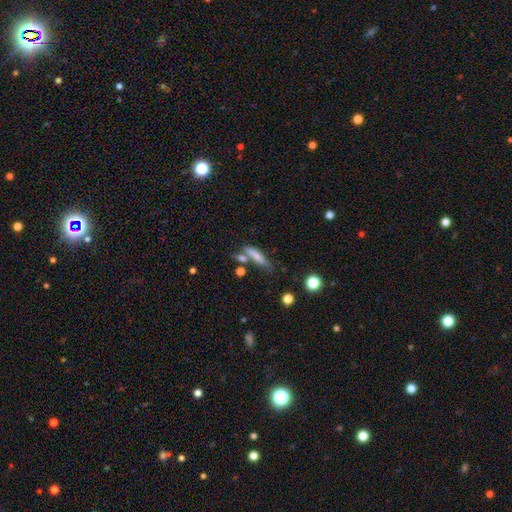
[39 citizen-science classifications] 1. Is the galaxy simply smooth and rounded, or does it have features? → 85% smooth, 15% featured or disk, 0% star or artifact.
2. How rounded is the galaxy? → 64% cigar-shaped, 36% in between, 0% round.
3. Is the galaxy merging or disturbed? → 33% minor disturbance, 31% merger, 21% none, 15% major disturbance.